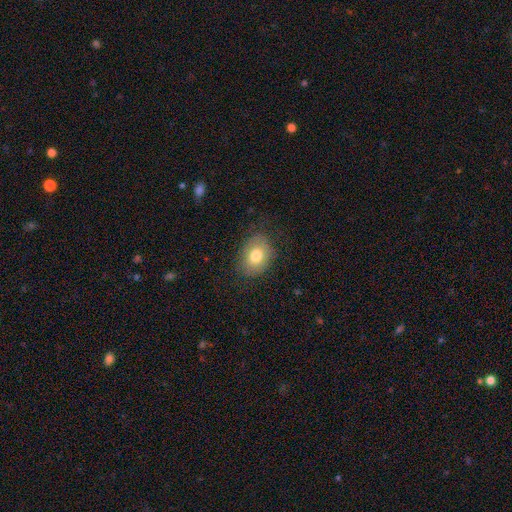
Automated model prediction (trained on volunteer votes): Smooth or featured? smooth (76%)
How rounded? in between (67%)
Merging? none (78%)